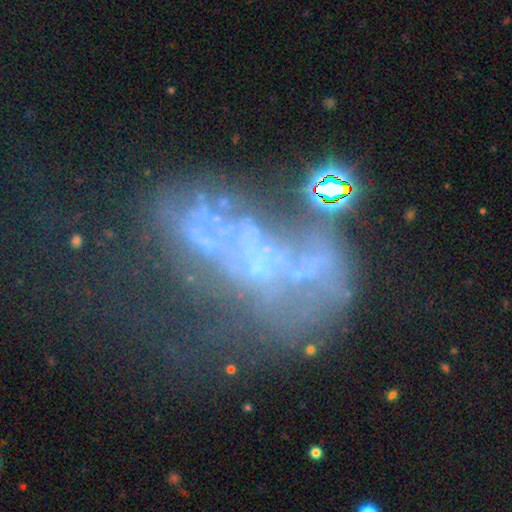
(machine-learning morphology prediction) This is likely a featured or disk galaxy (61%). It is clearly not viewed edge-on (94%). Bar: clearly no (86%). Spiral arm pattern: clearly no (86%). Central bulge: likely none (69%). Merging: marginally major disturbance (41%).